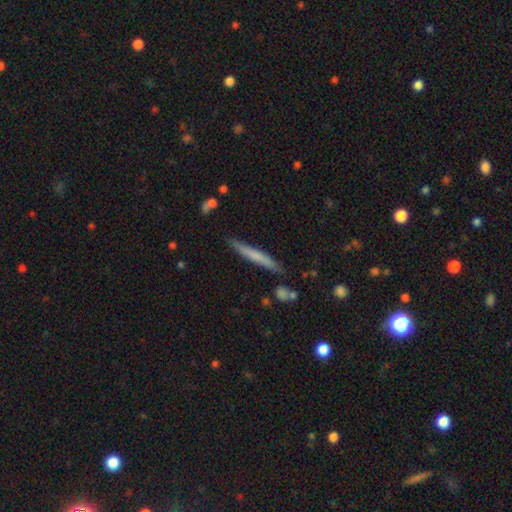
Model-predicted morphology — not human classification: type=smooth (58%); roundness=cigar-shaped (96%); merging=none (83%).